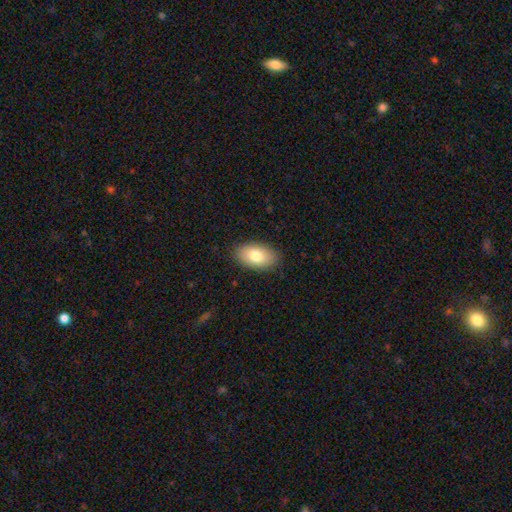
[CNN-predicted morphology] Smooth or featured? smooth (79%)
How rounded? in between (93%)
Merging? none (87%)